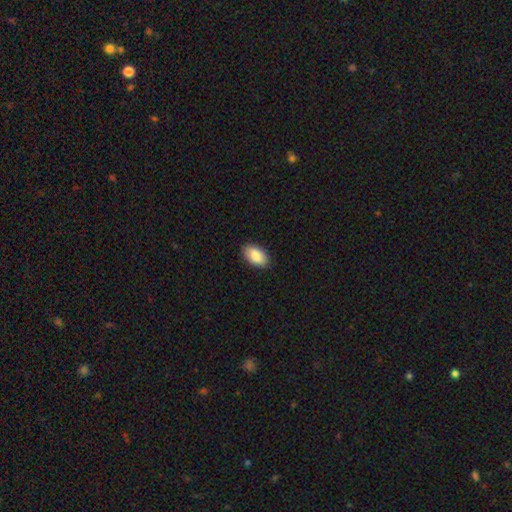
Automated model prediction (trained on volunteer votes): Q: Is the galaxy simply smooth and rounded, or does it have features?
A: smooth — 86%.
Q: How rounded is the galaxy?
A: in between — 94%.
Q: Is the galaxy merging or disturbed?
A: none — 89%.